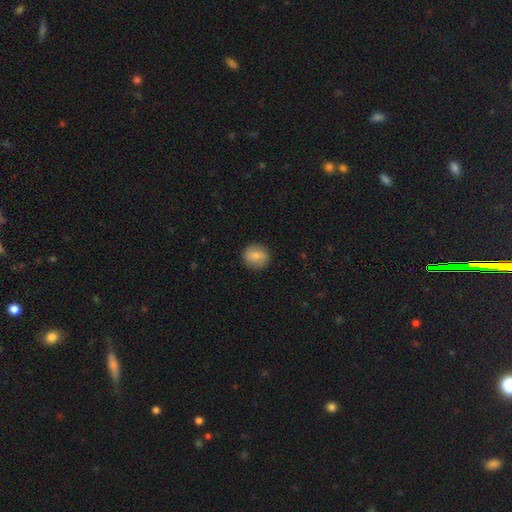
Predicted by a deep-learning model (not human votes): The model was most divided on "how rounded": round: 83%, in between: 16%, cigar-shaped: 1%. More confident: merging — none (89%); smooth or featured — smooth (80%).